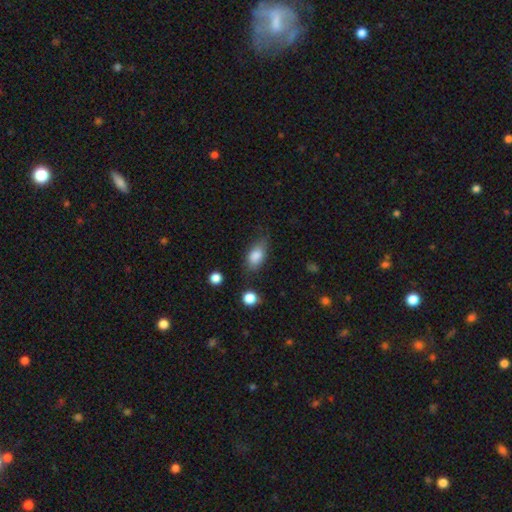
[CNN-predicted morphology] This is clearly a smooth galaxy (83%). How rounded: clearly in between (86%). Merging: likely none (65%).